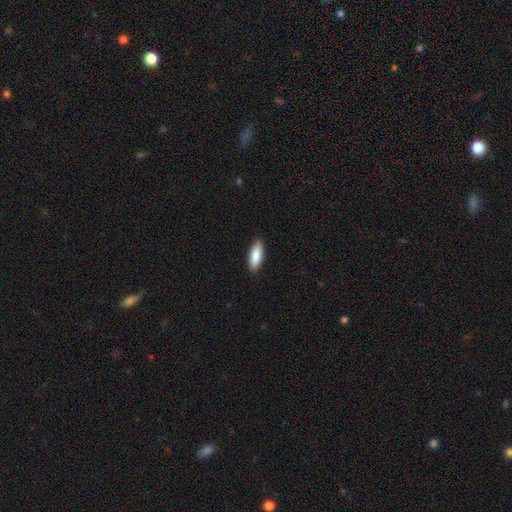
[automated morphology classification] Smooth or featured: smooth — 87% (featured or disk — 8%)
How rounded: in between — 66% (cigar-shaped — 32%)
Merging: none — 89% (minor disturbance — 8%)